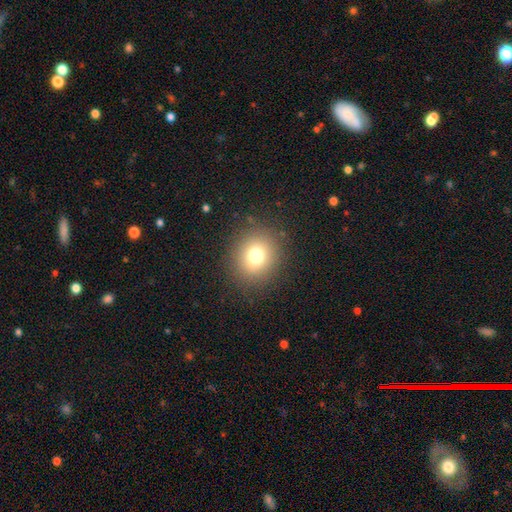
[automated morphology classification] The model was most divided on "smooth or featured": smooth: 74%, star or artifact: 15%, featured or disk: 11%. More confident: merging — none (86%); how rounded — round (83%).